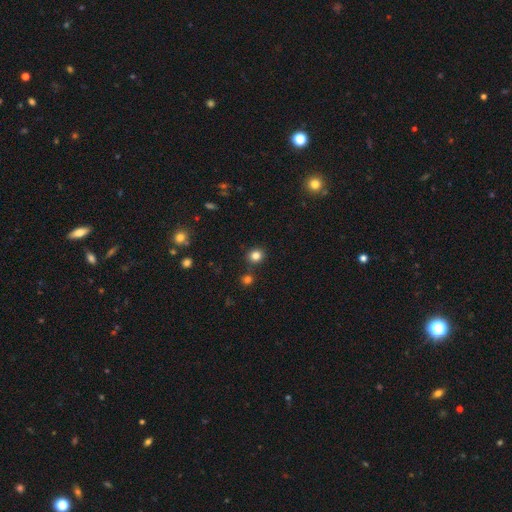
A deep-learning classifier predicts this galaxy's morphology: A smooth galaxy with no disk features (82%) that is round (84%). Merging: none (85%).